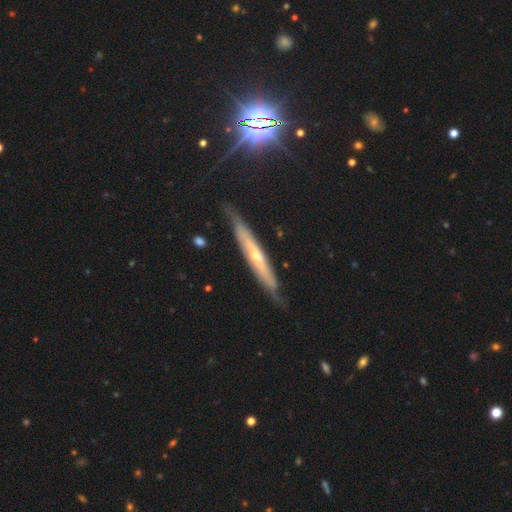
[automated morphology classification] Q: Smooth or featured?
A: featured or disk (70%); runner-up: smooth (22%)
Q: Edge-on disk?
A: yes (79%); runner-up: no (21%)
Q: Edge-on bulge?
A: rounded (66%); runner-up: none (31%)
Q: Merging?
A: none (77%); runner-up: minor disturbance (18%)